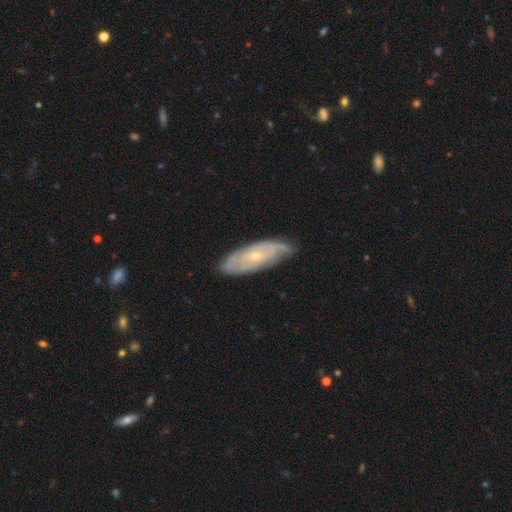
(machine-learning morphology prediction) A featured or disk galaxy (71%) with no bar (79%), spiral arms (81%) and a small central bulge (73%).

Vote fractions:
- Smooth or featured? featured or disk: 71% / smooth: 23% / star or artifact: 6%
- Edge-on disk? no: 84% / yes: 16%
- Bar? no: 79% / weak: 17% / strong: 4%
- Spiral arms? yes: 81% / no: 19%
- Bulge size? small: 73% / moderate: 24% / none: 1% / large: 1% / dominant: 1%
- Merging? none: 71% / minor disturbance: 22% / major disturbance: 5% / merger: 1%